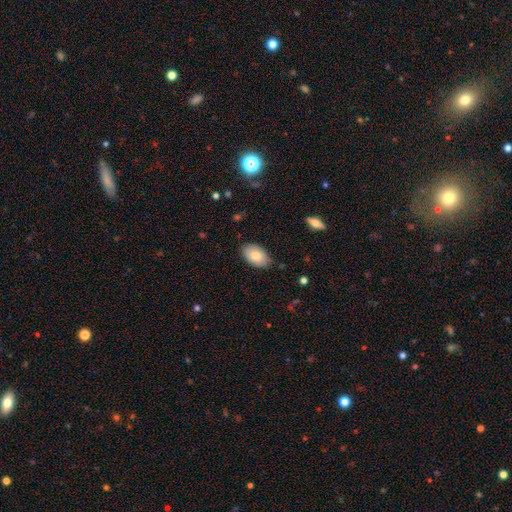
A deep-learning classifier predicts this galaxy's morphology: This appears to be a smooth galaxy with no disk features (82%) that is in between round and cigar-shaped (93%). Merging: none (84%).